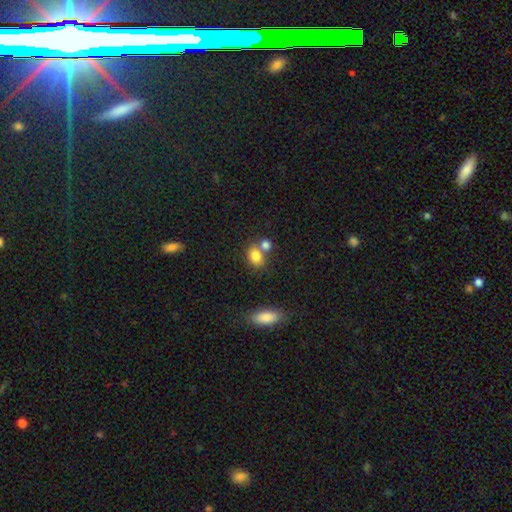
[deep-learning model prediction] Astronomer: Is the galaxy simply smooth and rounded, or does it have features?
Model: smooth — 82%.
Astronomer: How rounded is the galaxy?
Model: in between — 64%.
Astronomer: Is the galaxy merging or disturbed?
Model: none — 47% (runner-up: merger, 39%).